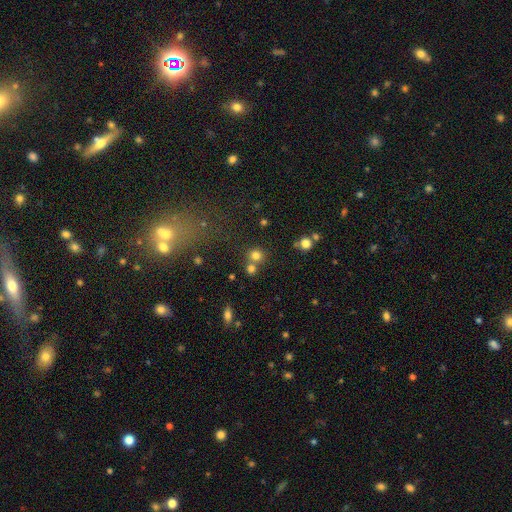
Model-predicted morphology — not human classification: Smooth or featured: smooth — 75% (star or artifact — 17%)
How rounded: round — 87% (in between — 12%)
Merging: none — 62% (merger — 28%)